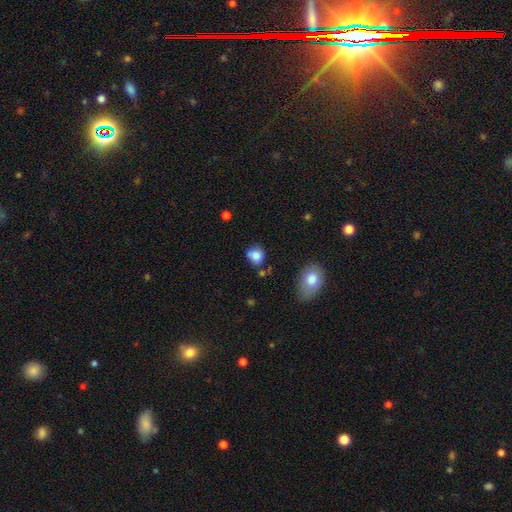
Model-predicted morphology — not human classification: Smooth or featured? smooth (83%)
How rounded? round (71%)
Merging? none (60%)